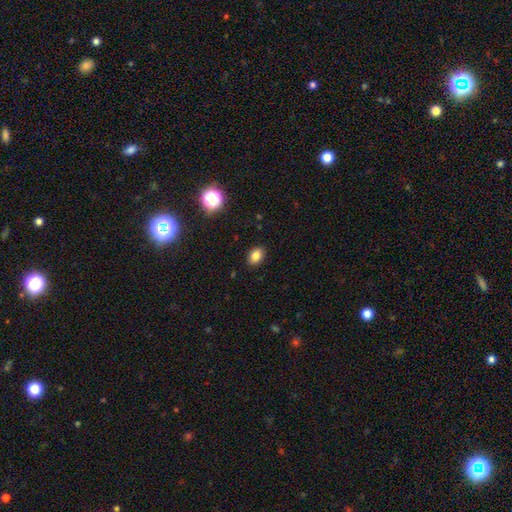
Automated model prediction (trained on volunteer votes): Smooth or featured? smooth (82%)
How rounded? in between (75%)
Merging? none (89%)